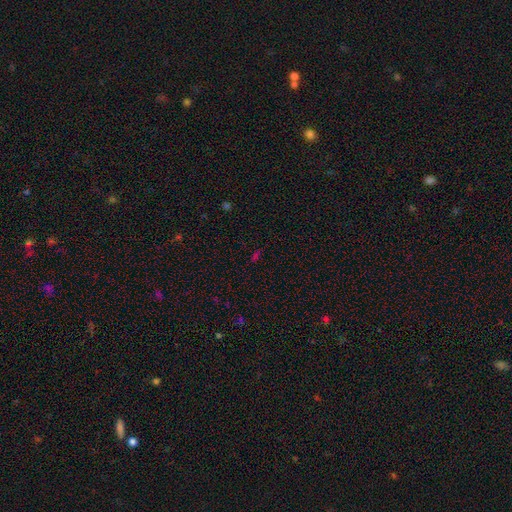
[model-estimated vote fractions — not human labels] Overall: star or artifact (53%; smooth 38%).